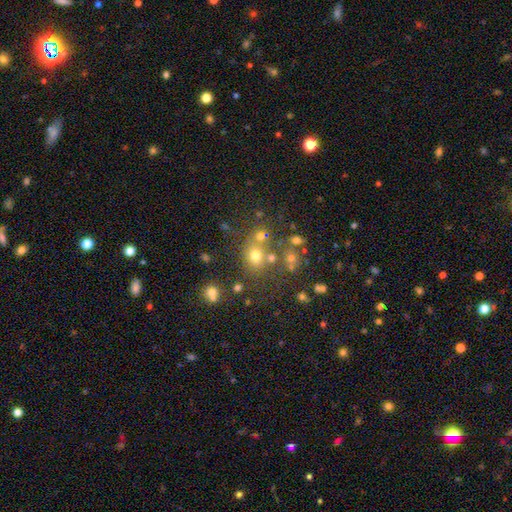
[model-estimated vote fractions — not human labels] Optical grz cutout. It shows a smooth galaxy with no disk features (66%) that is round (71%). Merging: none (62%).